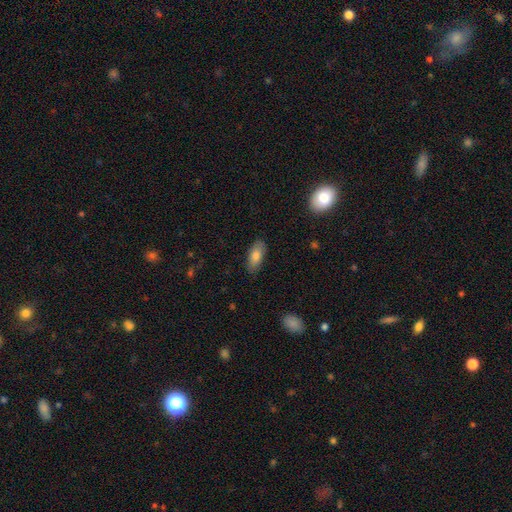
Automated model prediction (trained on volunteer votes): A smooth galaxy with no disk features (80%) that is in between round and cigar-shaped (85%). Merging: none (84%).